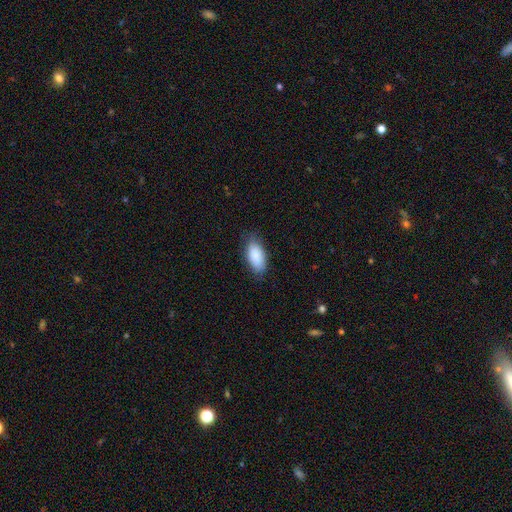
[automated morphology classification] Overall: smooth (88%). How rounded: in between (92%). Merging: none (77%).